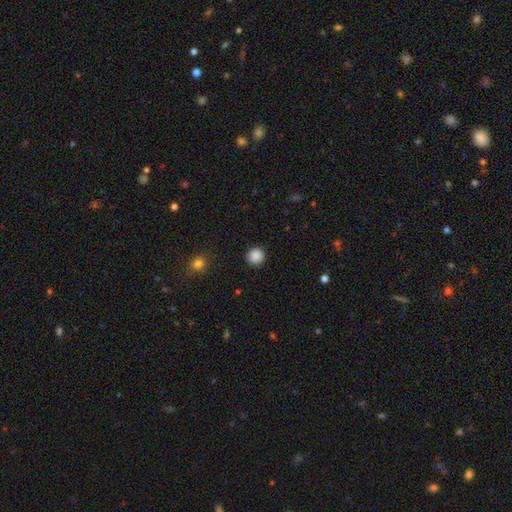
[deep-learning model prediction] Morphology: type=smooth (88%); roundness=round (94%); merging=none (92%).